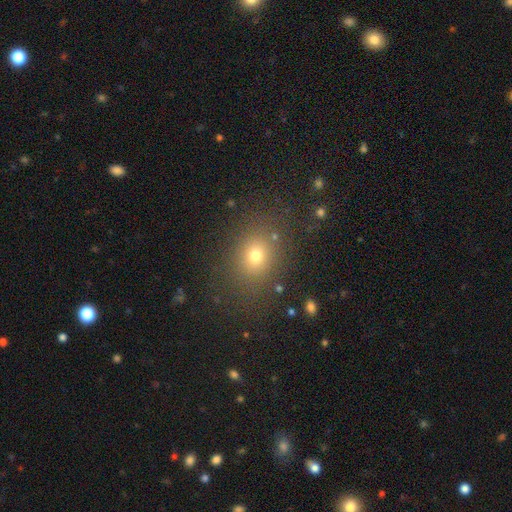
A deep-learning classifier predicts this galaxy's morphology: A smooth galaxy with no disk features (71%) that is round (57%). Merging: none (83%).